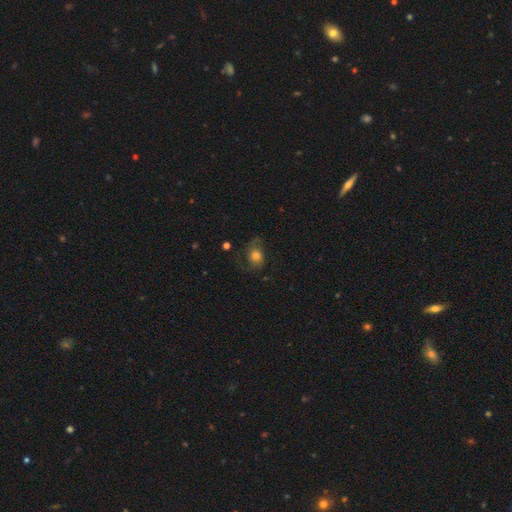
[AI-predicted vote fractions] Smooth or featured? smooth (54%)
How rounded? round (63%)
Merging? none (57%)